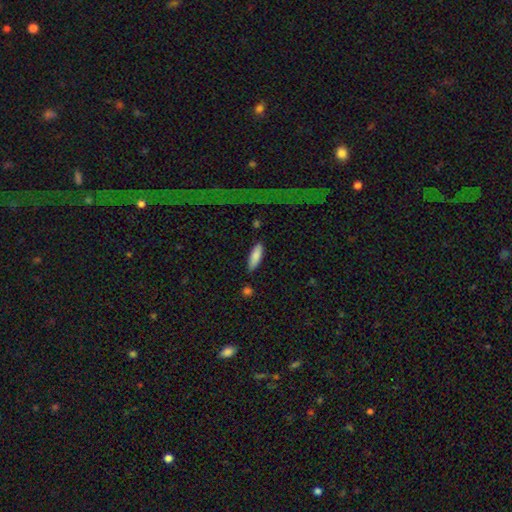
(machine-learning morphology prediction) This appears to be a smooth galaxy with no disk features (85%) that is in between round and cigar-shaped (50%). Merging: none (85%).